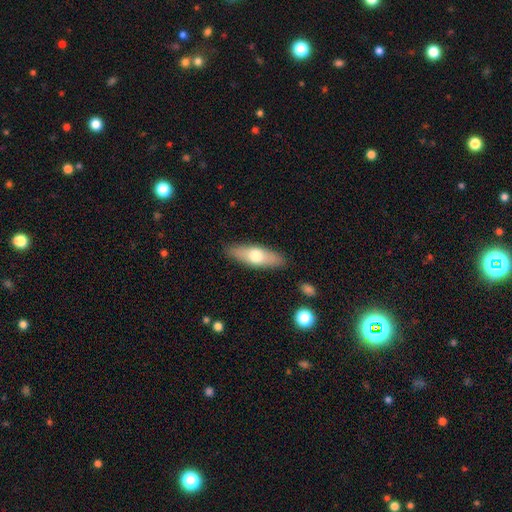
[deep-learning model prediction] smooth-or-featured: smooth: 60% | featured or disk: 34% | star or artifact: 6%
  how-rounded: in between: 53% | cigar-shaped: 44% | round: 3%
  merging: none: 87% | minor disturbance: 9% | major disturbance: 2% | merger: 1%